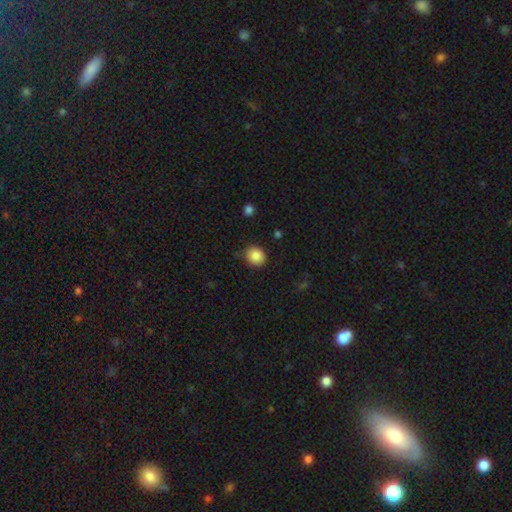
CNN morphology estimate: Smooth or featured: smooth — 86% (star or artifact — 9%)
How rounded: round — 72% (in between — 28%)
Merging: none — 78% (minor disturbance — 17%)